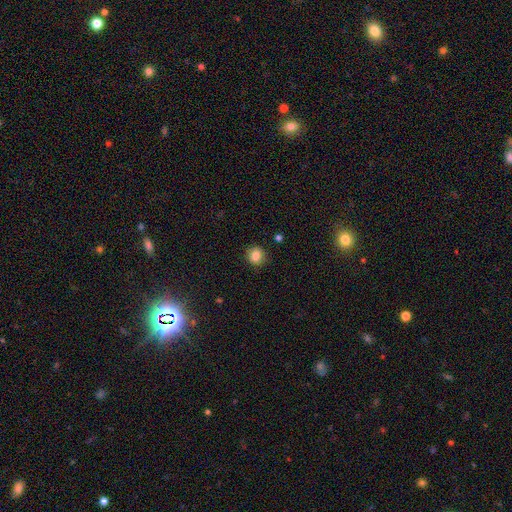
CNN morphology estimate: Smooth or featured: smooth — 83% (star or artifact — 11%)
How rounded: round — 82% (in between — 17%)
Merging: none — 88% (minor disturbance — 8%)